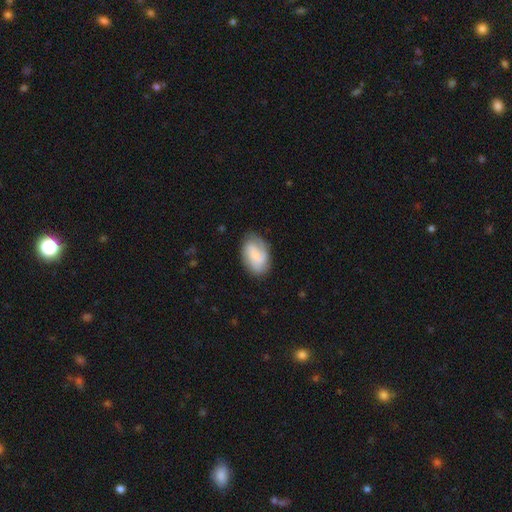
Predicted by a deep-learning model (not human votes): Smooth or featured?
  - smooth: 50% *
  - featured or disk: 43%
  - star or artifact: 7%
How rounded?
  - in between: 88% *
  - round: 11%
  - cigar-shaped: 2%
Merging?
  - none: 75% *
  - minor disturbance: 18%
  - major disturbance: 6%
  - merger: 1%